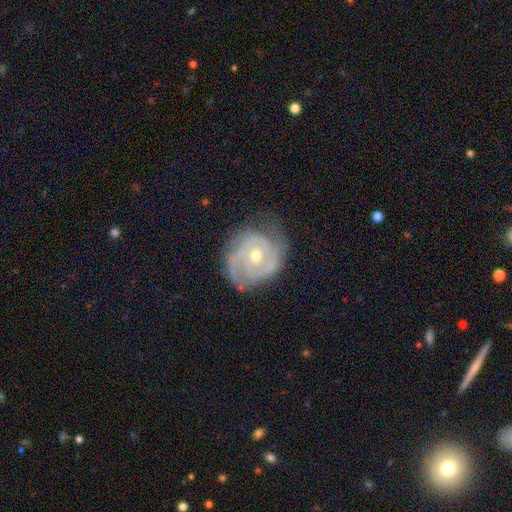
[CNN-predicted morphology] smooth_or_featured: featured or disk (p=0.87) [alt: smooth p=0.08]
disk_edge_on: no (p=0.97) [alt: yes p=0.03]
bar: no (p=0.69) [alt: weak p=0.25]
has_spiral_arms: yes (p=0.95) [alt: no p=0.05]
spiral_winding: tight (p=0.67) [alt: medium p=0.27]
spiral_arm_count: 2 (p=0.35) [alt: 3 p=0.28]
bulge_size: moderate (p=0.63) [alt: small p=0.34]
merging: none (p=0.67) [alt: minor disturbance p=0.23]